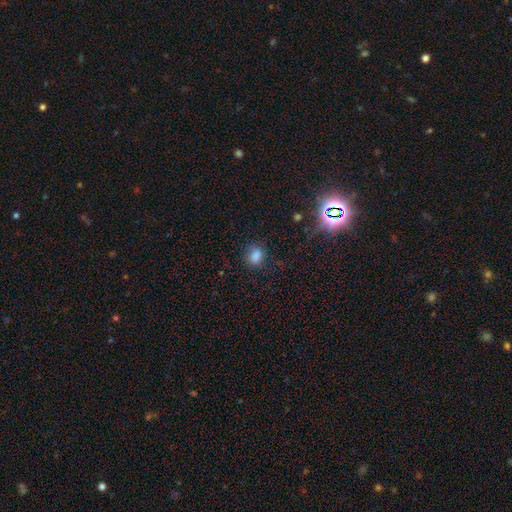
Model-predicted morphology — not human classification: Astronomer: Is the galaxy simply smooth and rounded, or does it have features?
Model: smooth — 78%.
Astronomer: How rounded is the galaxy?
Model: in between — 56% (runner-up: round, 42%).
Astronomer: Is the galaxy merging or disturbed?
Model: none — 74%.